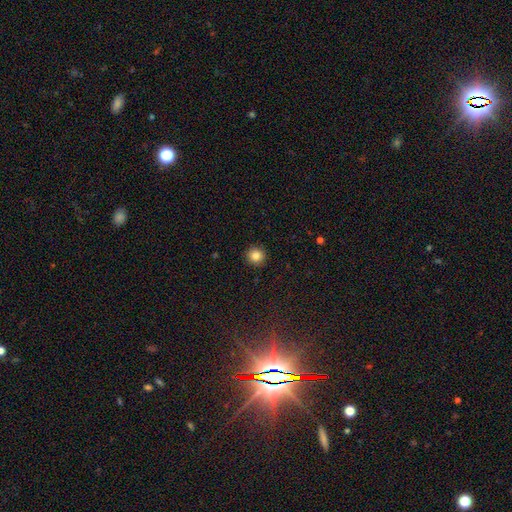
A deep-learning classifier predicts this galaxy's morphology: The model was most divided on "smooth or featured": smooth: 84%, star or artifact: 11%, featured or disk: 5%. More confident: how rounded — round (95%); merging — none (93%).